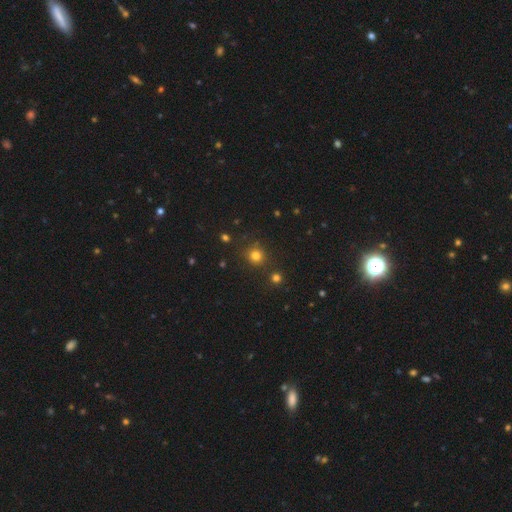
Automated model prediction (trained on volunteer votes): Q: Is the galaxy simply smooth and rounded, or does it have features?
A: smooth — 77%.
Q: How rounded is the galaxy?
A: round — 92%.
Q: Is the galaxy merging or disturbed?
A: none — 84%.